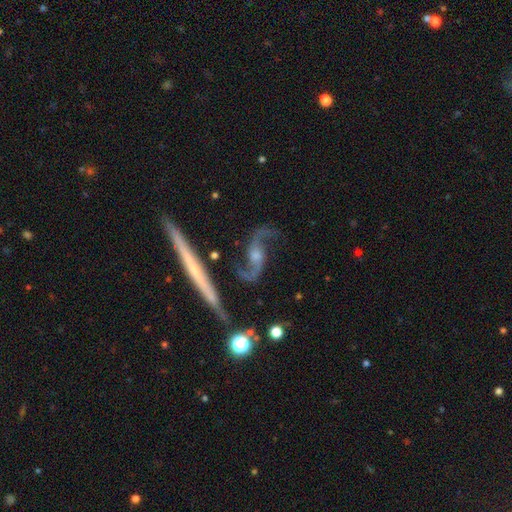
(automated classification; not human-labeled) featured or disk 88%, smooth 6%, star or artifact 6%. Down the decision tree: edge-on disk — no (81%); bar — no (50%); spiral arms — yes (96%); spiral arm count — 2 (92%); spiral winding — loose (47%); bulge size — moderate (46%); merging — none (65%).